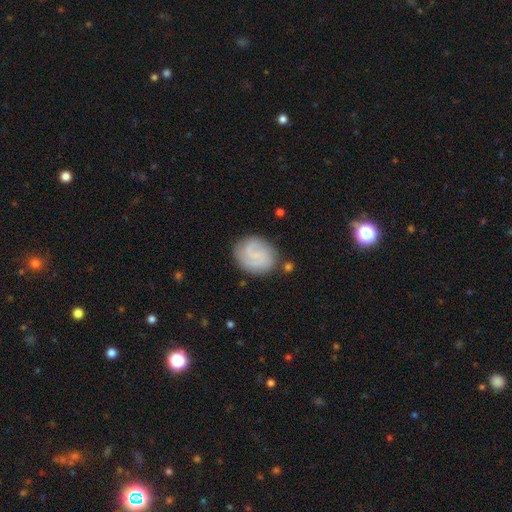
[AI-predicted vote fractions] A featured or disk galaxy (61%) with no bar (50%), 2 (57%) tight (47%) spiral arms (92%) and a small central bulge (48%).

Vote fractions:
- Smooth or featured? featured or disk: 61% / smooth: 32% / star or artifact: 7%
- Edge-on disk? no: 98% / yes: 2%
- Bar? no: 50% / weak: 42% / strong: 8%
- Spiral arms? yes: 92% / no: 8%
- Spiral winding? tight: 47% / medium: 38% / loose: 15%
- Spiral arm count? 2: 57% / can't tell: 18% / 3: 14% / 1: 5% / 4: 3% / more than 4: 3%
- Bulge size? small: 48% / none: 41% / moderate: 8% / large: 1% / dominant: 1%
- Merging? none: 77% / minor disturbance: 15% / major disturbance: 5% / merger: 3%